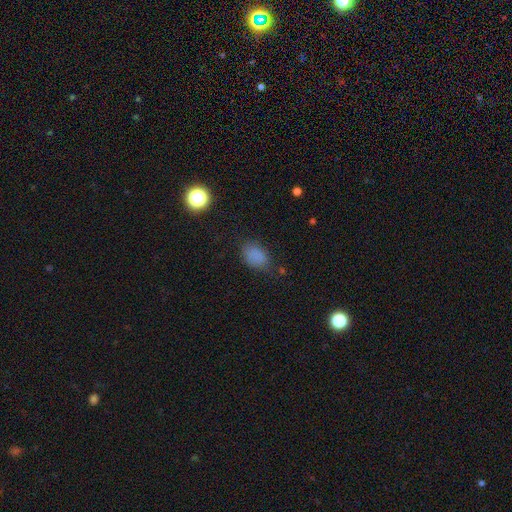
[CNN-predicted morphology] This appears to be a smooth galaxy with no disk features (83%) that is in between round and cigar-shaped (84%). Merging: none (71%).